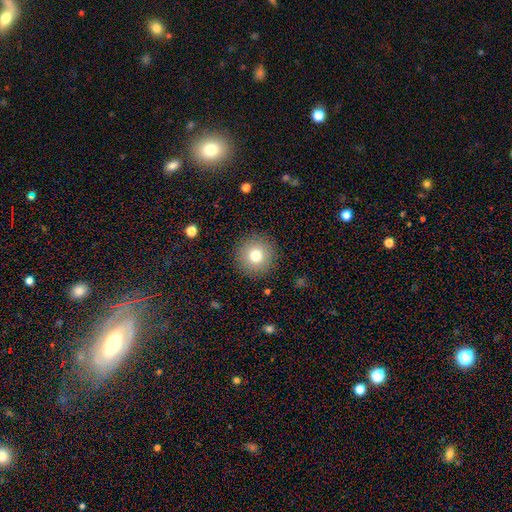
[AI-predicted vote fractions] This appears to be a smooth galaxy with no disk features (76%) that is round (96%). Merging: none (90%).